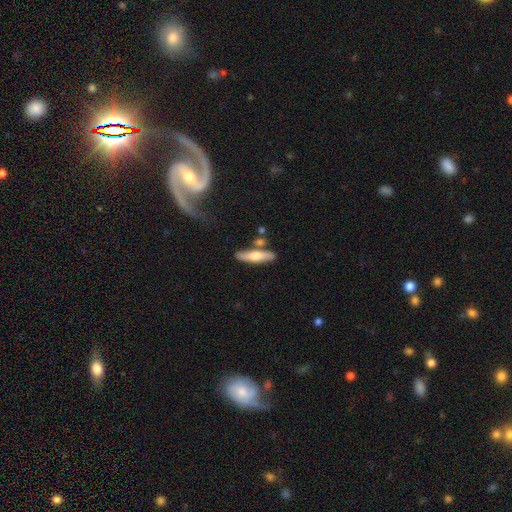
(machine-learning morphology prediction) smooth_or_featured: smooth (p=0.60) [alt: featured or disk p=0.34]
how_rounded: cigar-shaped (p=0.75) [alt: in between p=0.23]
merging: none (p=0.72) [alt: minor disturbance p=0.14]